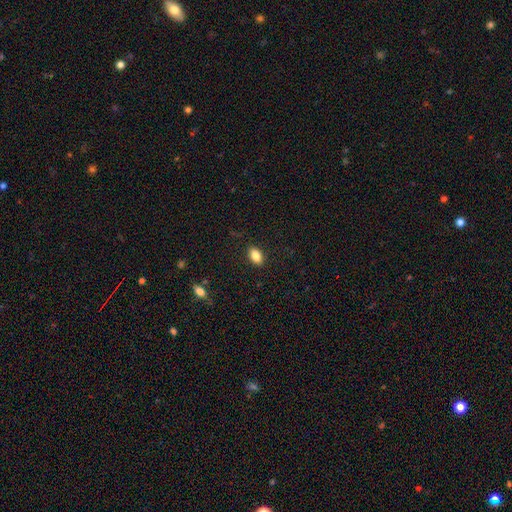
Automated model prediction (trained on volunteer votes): Q: Smooth or featured?
A: smooth (86%); runner-up: star or artifact (9%)
Q: How rounded?
A: in between (89%); runner-up: round (7%)
Q: Merging?
A: none (87%); runner-up: minor disturbance (9%)